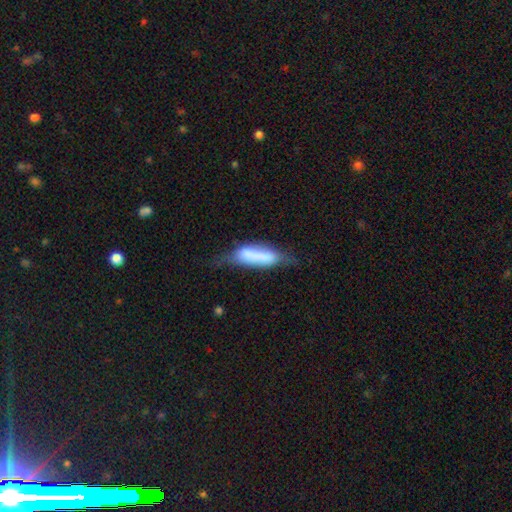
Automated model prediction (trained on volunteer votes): Q: Smooth or featured?
A: smooth (64%); runner-up: featured or disk (28%)
Q: How rounded?
A: in between (49%); runner-up: cigar-shaped (48%)
Q: Merging?
A: none (36%); runner-up: minor disturbance (33%)